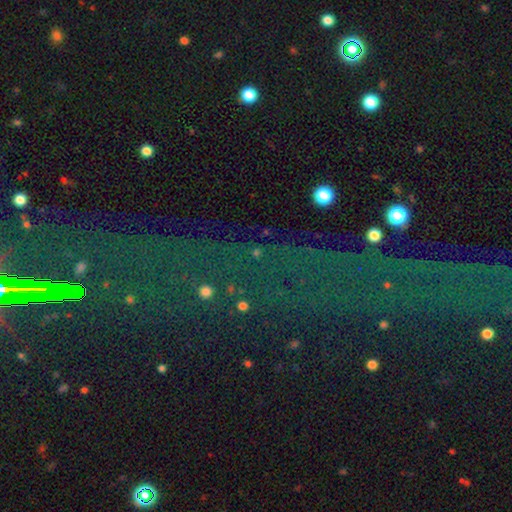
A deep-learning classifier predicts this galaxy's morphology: Smooth or featured?
  - star or artifact: 74% *
  - smooth: 14%
  - featured or disk: 12%